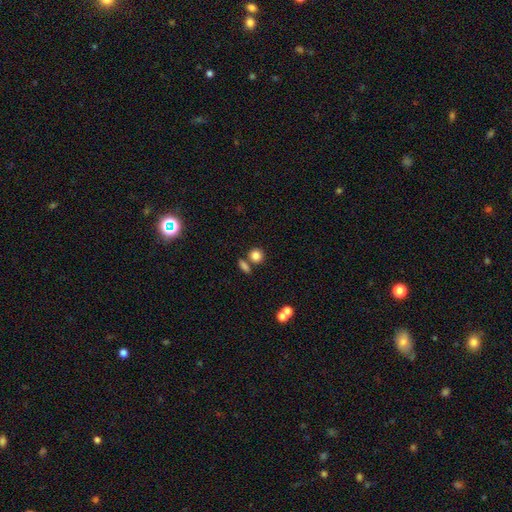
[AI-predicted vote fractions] Smooth or featured? smooth (83%)
How rounded? round (83%)
Merging? none (68%)